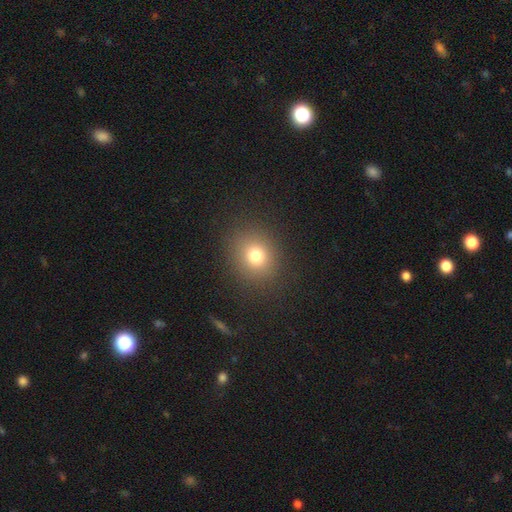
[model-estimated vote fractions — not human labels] Smooth or featured? smooth (76%)
How rounded? round (74%)
Merging? none (88%)